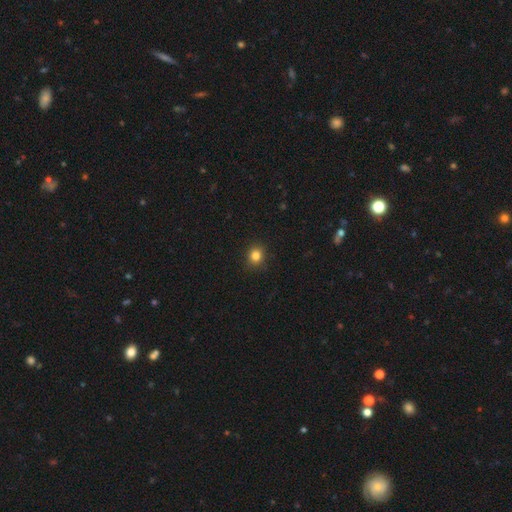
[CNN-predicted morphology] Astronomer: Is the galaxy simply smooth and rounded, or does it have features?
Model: smooth — 83%.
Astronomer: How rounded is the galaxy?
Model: round — 80%.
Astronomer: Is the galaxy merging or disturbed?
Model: none — 90%.